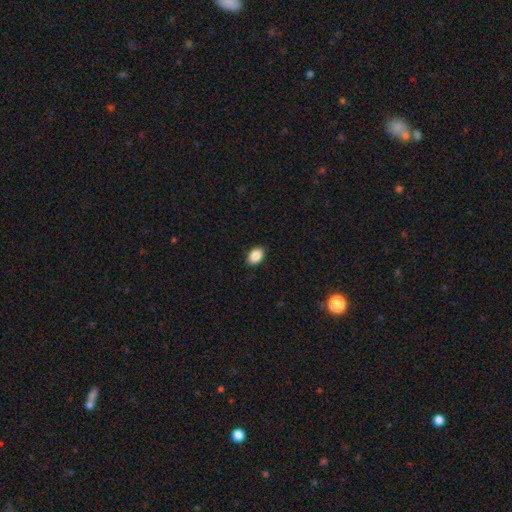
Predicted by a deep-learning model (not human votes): smooth_or_featured: smooth (p=0.88) [alt: star or artifact p=0.08]
how_rounded: in between (p=0.87) [alt: round p=0.12]
merging: none (p=0.87) [alt: minor disturbance p=0.10]